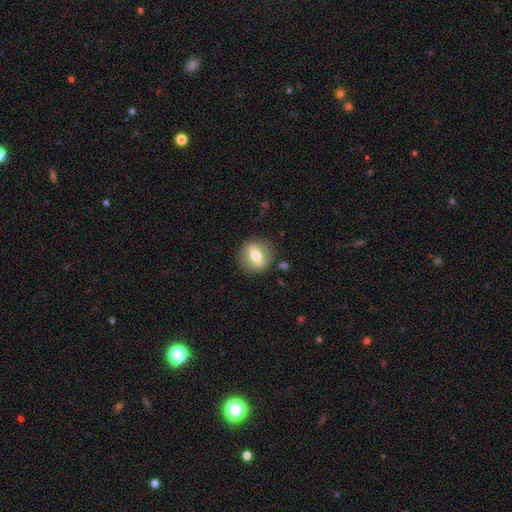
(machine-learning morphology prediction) The model was most divided on "smooth or featured": smooth: 53%, featured or disk: 39%, star or artifact: 8%. More confident: merging — none (86%); how rounded — round (58%).